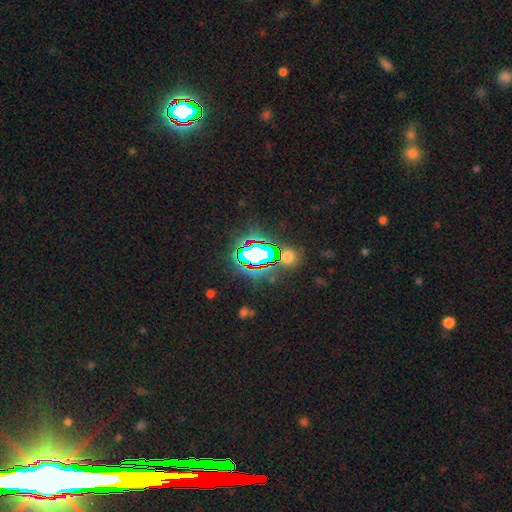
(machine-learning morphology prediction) Overall: star or artifact (71%).